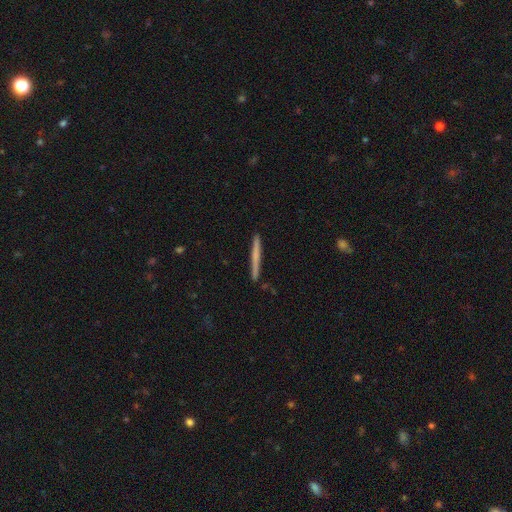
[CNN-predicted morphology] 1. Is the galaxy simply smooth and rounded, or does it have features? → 58% smooth, 36% featured or disk, 6% star or artifact.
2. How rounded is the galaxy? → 97% cigar-shaped, 2% in between, 1% round.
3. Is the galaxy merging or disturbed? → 91% none, 6% minor disturbance, 1% merger, 1% major disturbance.